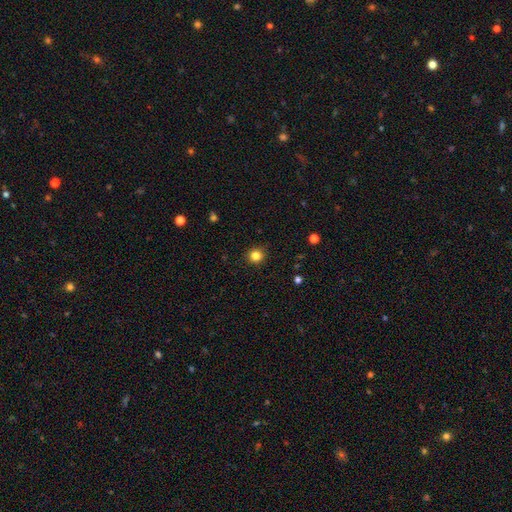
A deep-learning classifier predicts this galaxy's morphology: Q: Smooth or featured?
A: smooth (83%); runner-up: star or artifact (13%)
Q: How rounded?
A: round (90%); runner-up: in between (9%)
Q: Merging?
A: none (90%); runner-up: minor disturbance (7%)